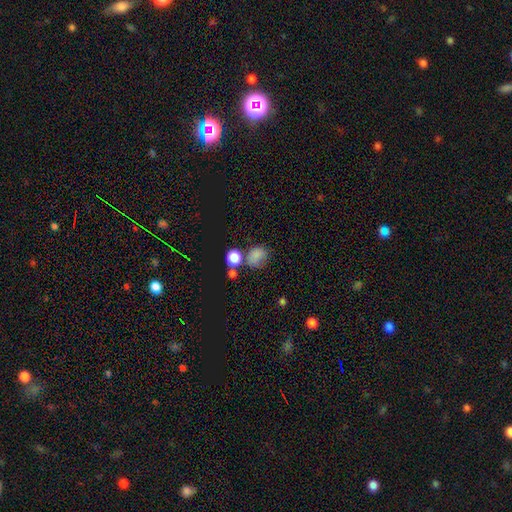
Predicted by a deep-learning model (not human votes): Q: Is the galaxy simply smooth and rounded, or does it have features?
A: smooth — 78%.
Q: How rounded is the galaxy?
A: round — 60%.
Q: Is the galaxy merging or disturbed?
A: none — 49%.